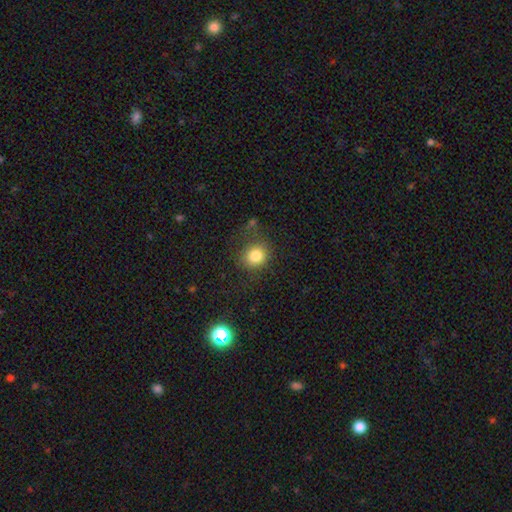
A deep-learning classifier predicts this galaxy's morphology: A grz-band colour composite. It shows a smooth galaxy with no disk features (82%) that is round (78%). Merging: none (77%).